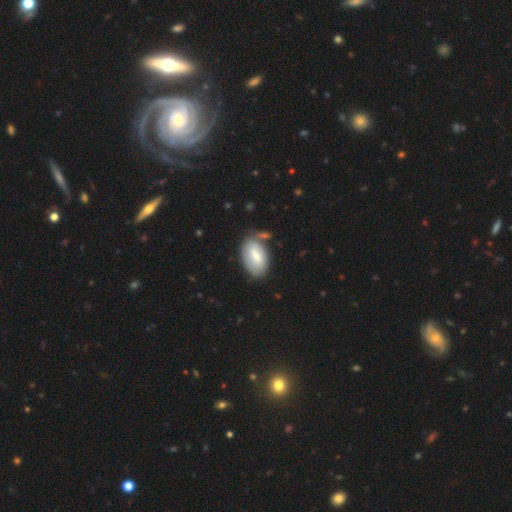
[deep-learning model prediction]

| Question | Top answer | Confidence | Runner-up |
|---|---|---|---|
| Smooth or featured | smooth | 67% | featured or disk (27%) |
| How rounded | in between | 93% | round (5%) |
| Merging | none | 63% | minor disturbance (22%) |